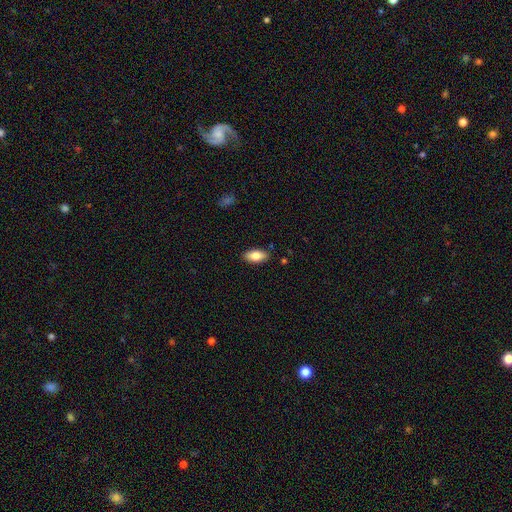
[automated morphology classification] Overall: smooth (81%). How rounded: in between (90%). Merging: none (86%).